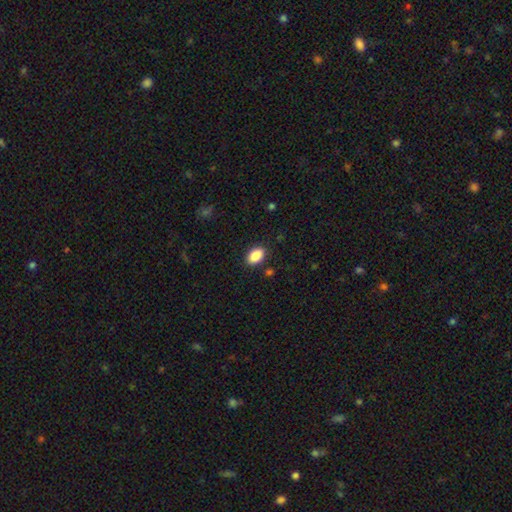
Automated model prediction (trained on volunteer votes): Q: Smooth or featured?
A: smooth (88%); runner-up: star or artifact (8%)
Q: How rounded?
A: in between (88%); runner-up: round (11%)
Q: Merging?
A: none (88%); runner-up: minor disturbance (9%)